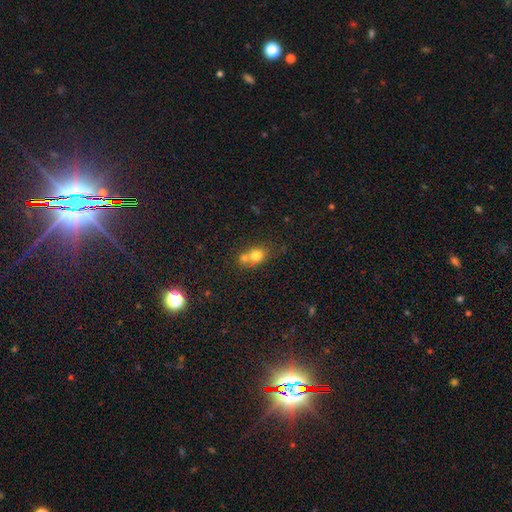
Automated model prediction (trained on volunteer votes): Smooth or featured? smooth (72%)
How rounded? round (62%)
Merging? merger (53%)